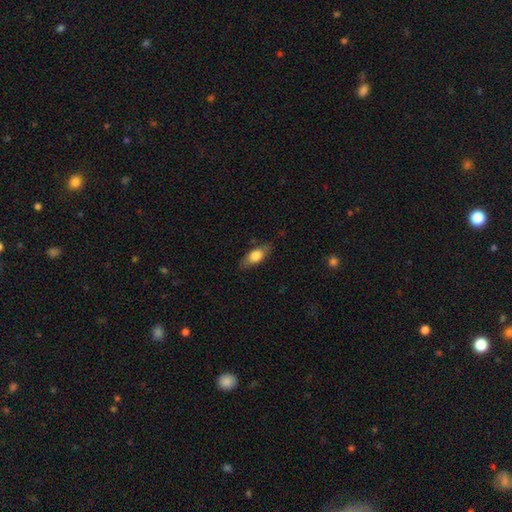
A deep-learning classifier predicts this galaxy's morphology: A smooth galaxy with no disk features (70%) that is in between round and cigar-shaped (77%). Merging: none (79%).